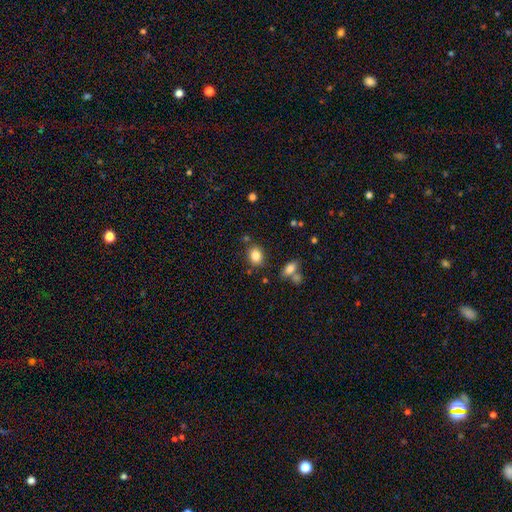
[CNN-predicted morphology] Q: Smooth or featured?
A: smooth (84%); runner-up: star or artifact (10%)
Q: How rounded?
A: in between (57%); runner-up: round (42%)
Q: Merging?
A: none (78%); runner-up: minor disturbance (12%)